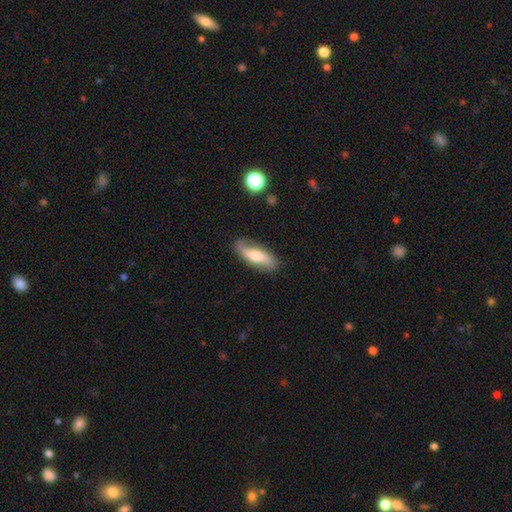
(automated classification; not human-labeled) Smooth or featured?
  - featured or disk: 53% *
  - smooth: 40%
  - star or artifact: 7%
Edge-on disk?
  - no: 77% *
  - yes: 23%
Merging?
  - none: 81% *
  - minor disturbance: 14%
  - major disturbance: 4%
  - merger: 2%